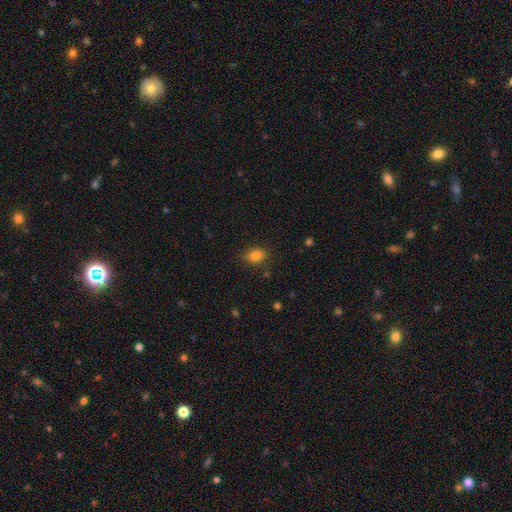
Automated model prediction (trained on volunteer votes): Morphology: type=smooth (83%); roundness=in between (70%); merging=none (81%).